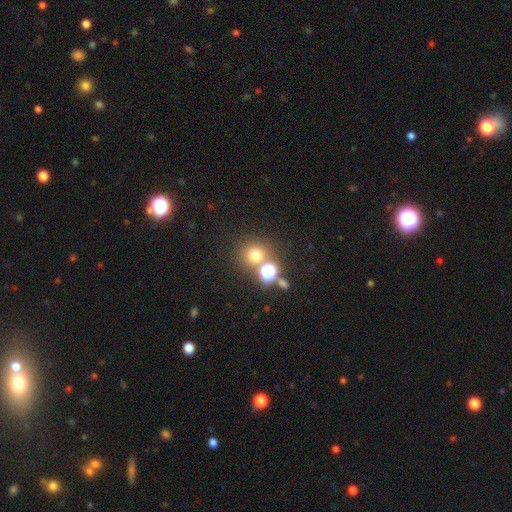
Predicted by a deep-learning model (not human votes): This is likely a smooth galaxy (68%). How rounded: clearly round (88%). Merging: likely none (67%).